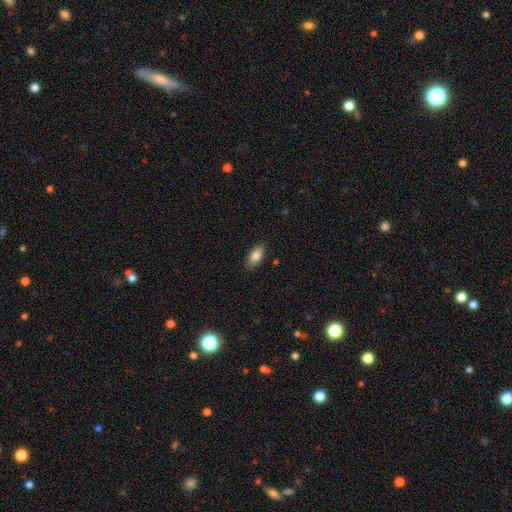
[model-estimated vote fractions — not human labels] Smooth or featured: smooth — 82% (featured or disk — 11%)
How rounded: in between — 87% (cigar-shaped — 11%)
Merging: none — 85% (minor disturbance — 11%)